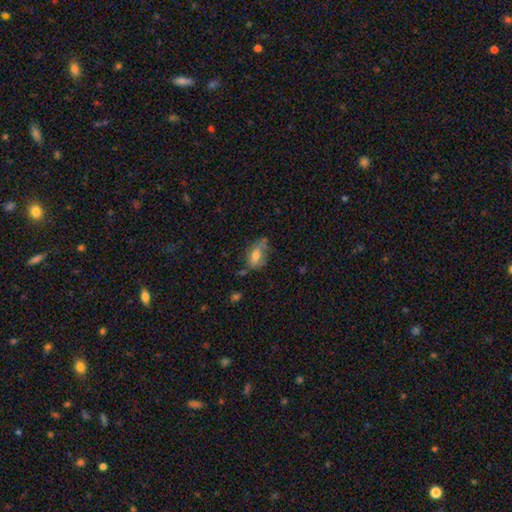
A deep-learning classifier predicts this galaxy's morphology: smooth_or_featured: smooth (p=0.68) [alt: featured or disk p=0.23]
how_rounded: in between (p=0.86) [alt: round p=0.08]
merging: none (p=0.47) [alt: minor disturbance p=0.34]